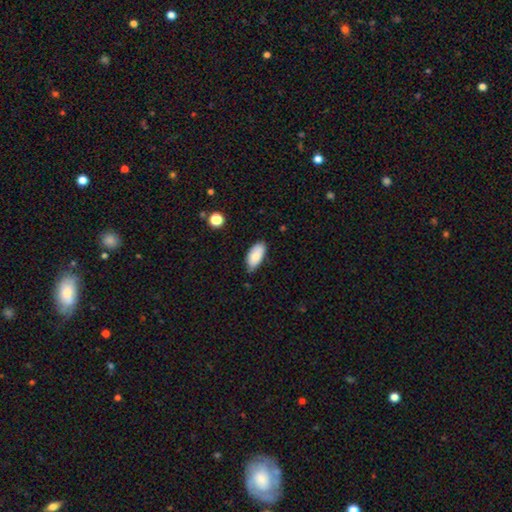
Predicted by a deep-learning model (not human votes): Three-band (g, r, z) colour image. It shows a smooth galaxy with no disk features (83%) that is in between round and cigar-shaped (93%). Merging: none (74%).